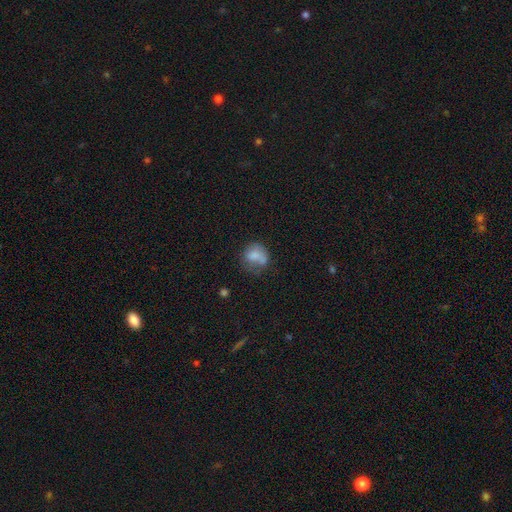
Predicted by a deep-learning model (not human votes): Overall: smooth (72%). How rounded: round (67%; in between 32%). Merging: none (39%; minor disturbance 28%).